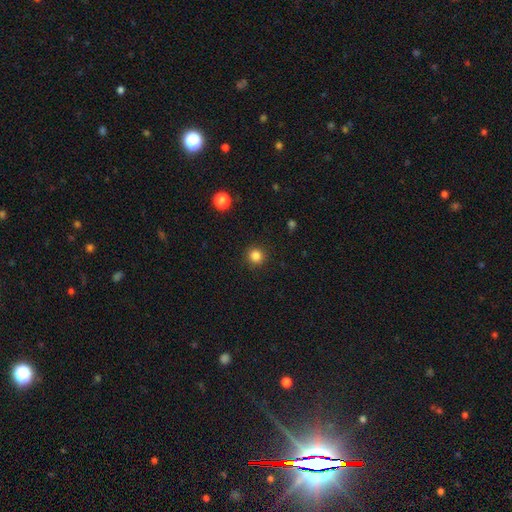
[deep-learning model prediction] Overall: smooth (84%). How rounded: round (94%). Merging: none (92%).